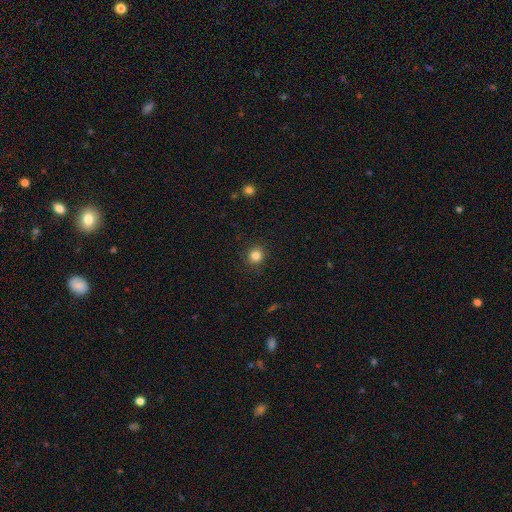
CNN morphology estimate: type=smooth (84%); roundness=round (90%); merging=none (90%).